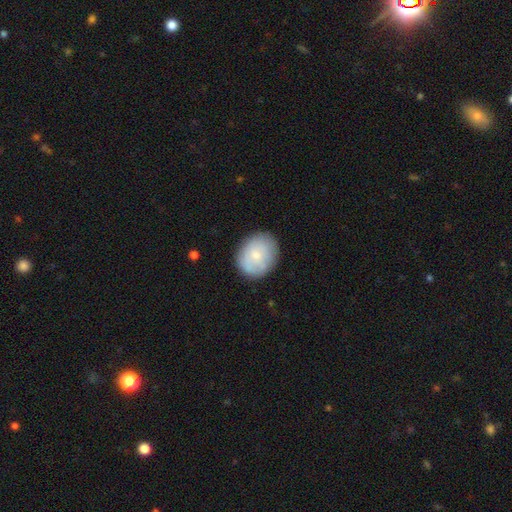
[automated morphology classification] Overall: smooth (74%). How rounded: round (54%; in between 45%). Merging: none (81%).